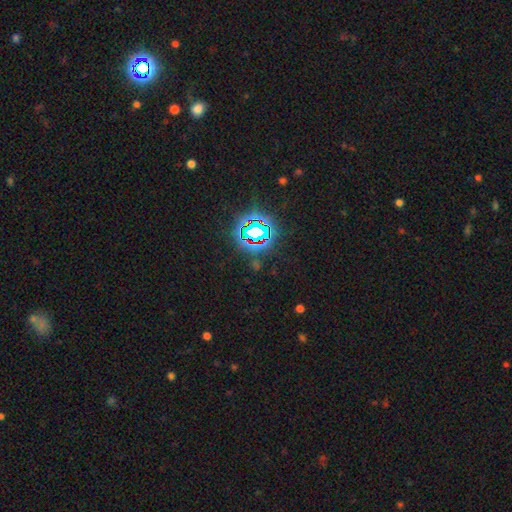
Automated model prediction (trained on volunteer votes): Smooth or featured? Predicted: star or artifact (p=0.85).